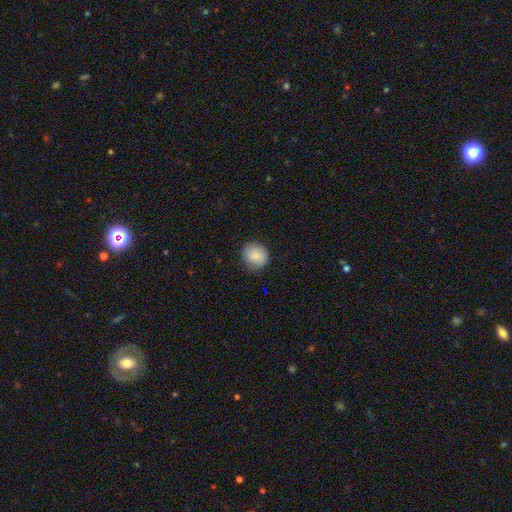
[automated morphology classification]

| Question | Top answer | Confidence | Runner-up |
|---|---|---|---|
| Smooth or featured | smooth | 86% | star or artifact (7%) |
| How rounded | round | 86% | in between (13%) |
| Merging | none | 81% | minor disturbance (15%) |